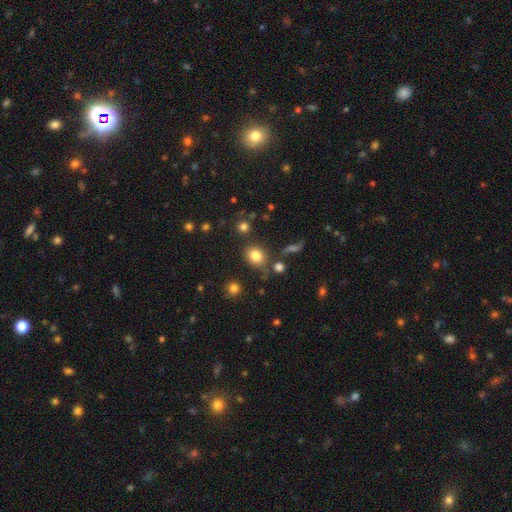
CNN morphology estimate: This is clearly a smooth galaxy (81%). How rounded: likely round (63%). Merging: likely none (77%).